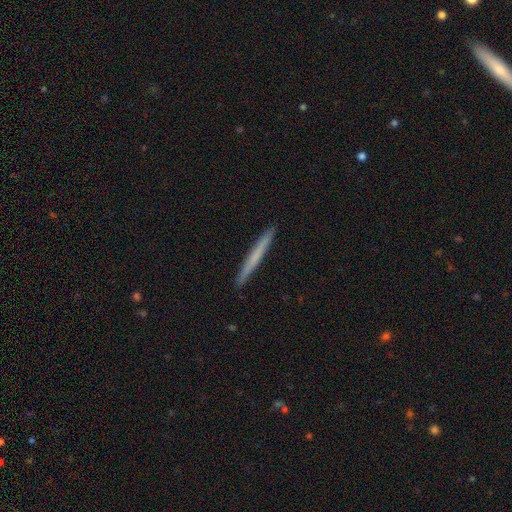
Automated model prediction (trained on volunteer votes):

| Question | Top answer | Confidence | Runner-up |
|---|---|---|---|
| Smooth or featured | smooth | 59% | featured or disk (36%) |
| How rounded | cigar-shaped | 97% | in between (2%) |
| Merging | none | 93% | minor disturbance (5%) |